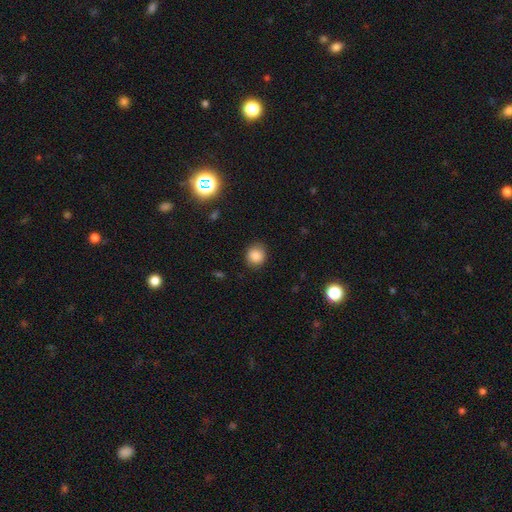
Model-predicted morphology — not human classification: smooth 85%, star or artifact 10%, featured or disk 5%. Down the decision tree: how rounded — round (85%); merging — none (86%).